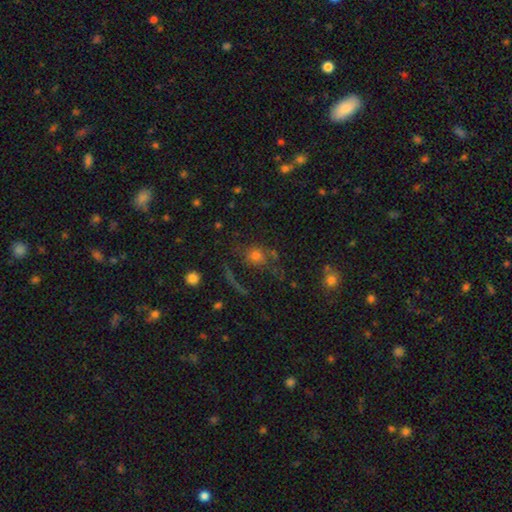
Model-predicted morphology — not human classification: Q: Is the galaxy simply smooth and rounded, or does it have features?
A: smooth — 58%.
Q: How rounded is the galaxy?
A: round — 74%.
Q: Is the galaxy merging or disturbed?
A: none — 57%.